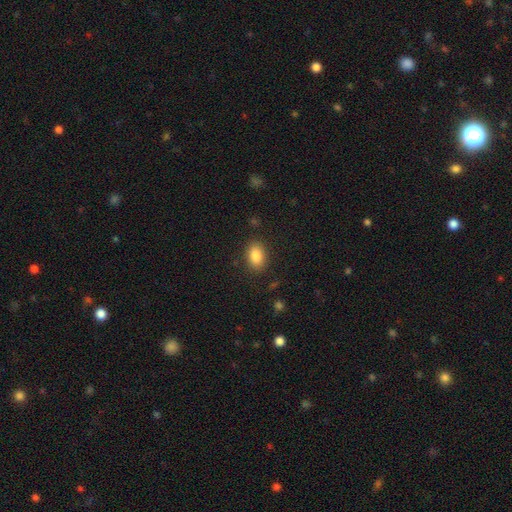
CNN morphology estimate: The model was most divided on "how rounded": in between: 86%, round: 13%, cigar-shaped: 2%. More confident: smooth or featured — smooth (86%); merging — none (86%).